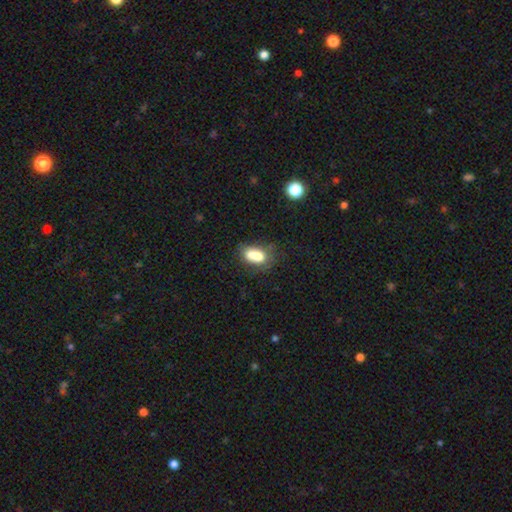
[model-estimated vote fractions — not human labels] Morphology: type=smooth (77%); roundness=in between (85%); merging=none (48%).